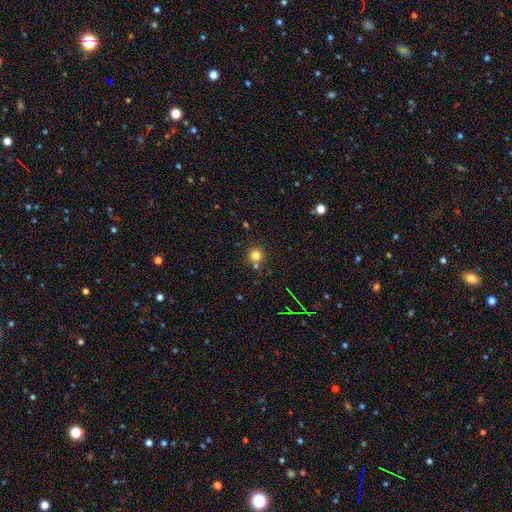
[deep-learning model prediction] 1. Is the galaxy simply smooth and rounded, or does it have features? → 79% smooth, 15% star or artifact, 6% featured or disk.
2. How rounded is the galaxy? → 92% round, 7% in between, 1% cigar-shaped.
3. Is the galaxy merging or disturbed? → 74% none, 13% merger, 9% minor disturbance, 3% major disturbance.